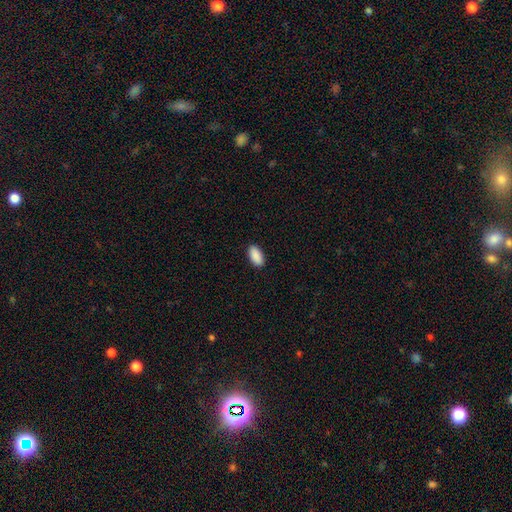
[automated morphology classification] This is clearly a smooth galaxy (91%). How rounded: clearly in between (94%). Merging: clearly none (90%).